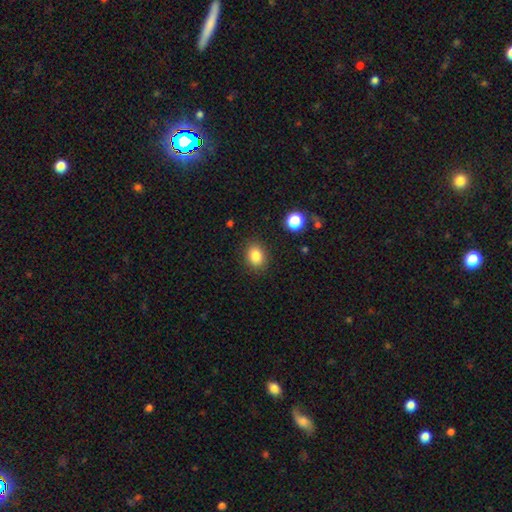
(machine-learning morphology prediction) smooth-or-featured: smooth: 84% | star or artifact: 10% | featured or disk: 6%
  how-rounded: in between: 56% | round: 43% | cigar-shaped: 1%
  merging: none: 87% | minor disturbance: 9% | major disturbance: 3% | merger: 1%